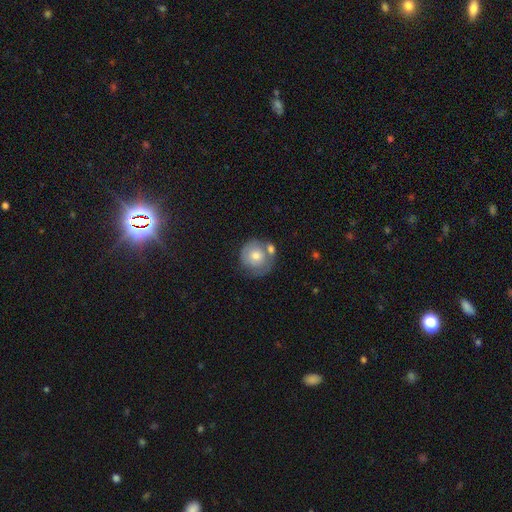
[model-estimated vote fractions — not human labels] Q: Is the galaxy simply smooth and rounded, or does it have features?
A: smooth — 53%.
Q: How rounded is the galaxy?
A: round — 90%.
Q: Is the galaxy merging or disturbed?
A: none — 52%.